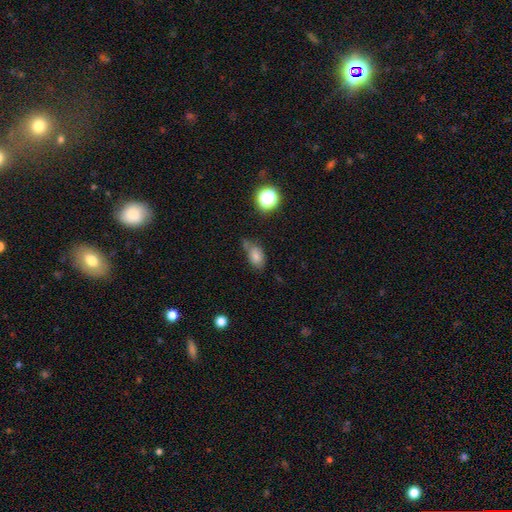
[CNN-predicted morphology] type=smooth (74%); roundness=in between (84%); merging=none (49%).